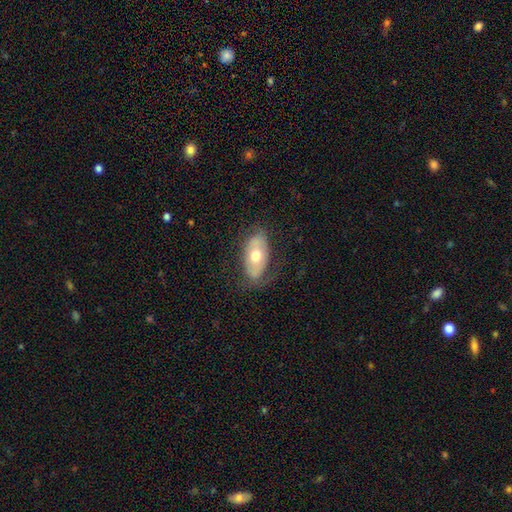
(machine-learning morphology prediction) type=smooth (50%); merging=none (70%).